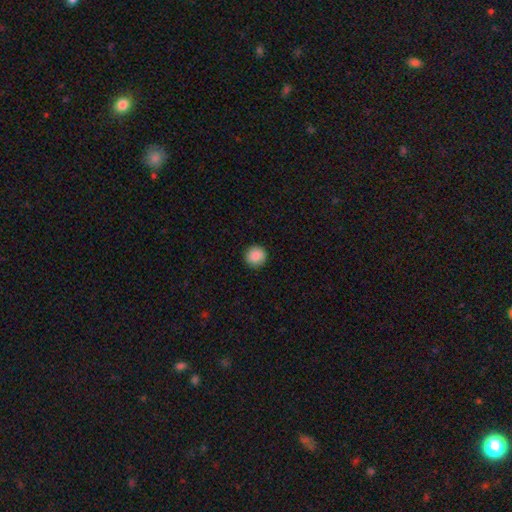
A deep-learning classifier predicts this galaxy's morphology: Q: Smooth or featured?
A: smooth (88%); runner-up: star or artifact (8%)
Q: How rounded?
A: round (93%); runner-up: in between (6%)
Q: Merging?
A: none (91%); runner-up: minor disturbance (7%)